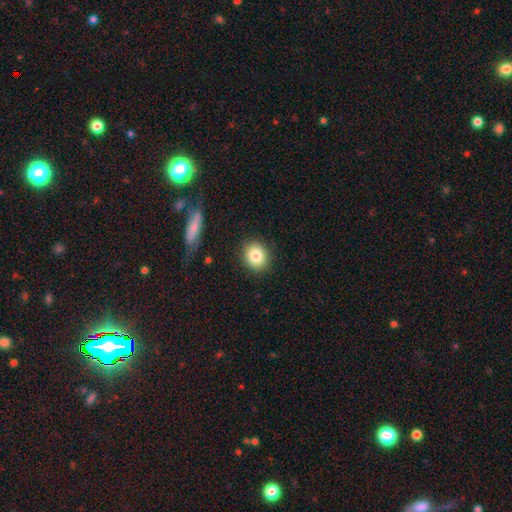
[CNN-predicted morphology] Smooth or featured?
  - smooth: 84% *
  - star or artifact: 8%
  - featured or disk: 8%
How rounded?
  - round: 72% *
  - in between: 27%
  - cigar-shaped: 1%
Merging?
  - none: 89% *
  - minor disturbance: 8%
  - major disturbance: 2%
  - merger: 2%